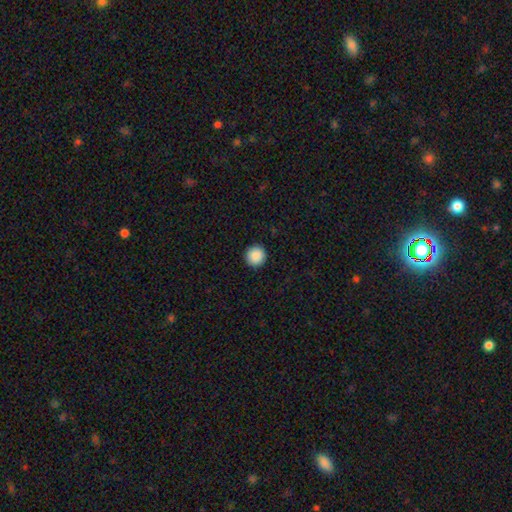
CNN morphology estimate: A smooth galaxy with no disk features (89%) that is round (96%). Merging: none (93%).